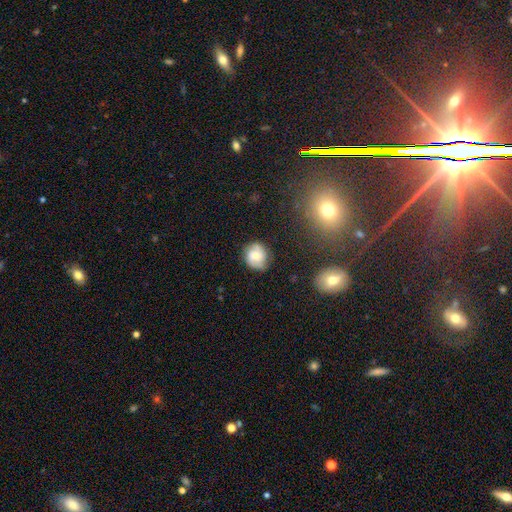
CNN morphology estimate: Smooth or featured? smooth (53%)
How rounded? round (80%)
Merging? none (73%)